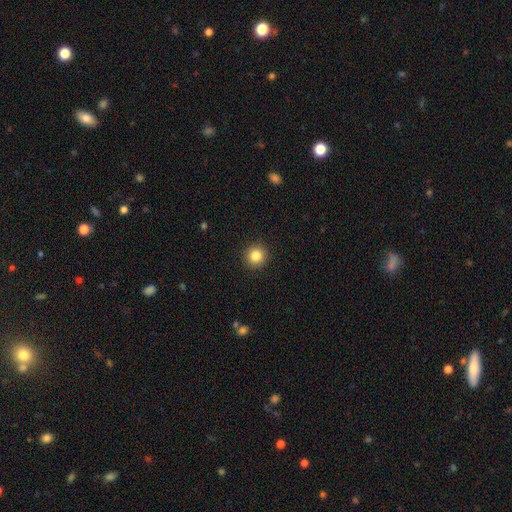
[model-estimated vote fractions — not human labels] Q: Smooth or featured?
A: smooth (85%); runner-up: star or artifact (10%)
Q: How rounded?
A: round (91%); runner-up: in between (8%)
Q: Merging?
A: none (92%); runner-up: minor disturbance (6%)